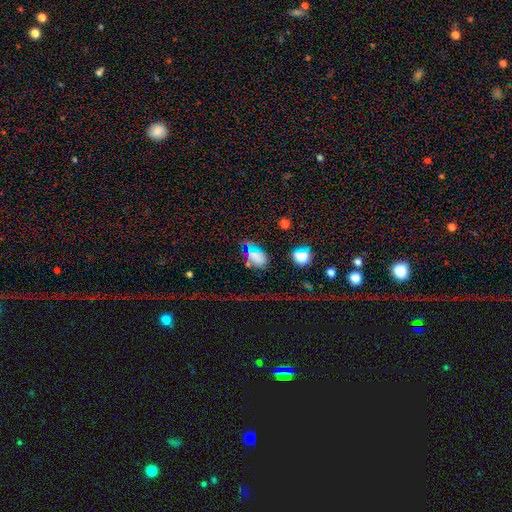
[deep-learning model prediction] smooth 54%, star or artifact 27%, featured or disk 18%. Down the decision tree: how rounded — in between (77%); merging — none (46%).